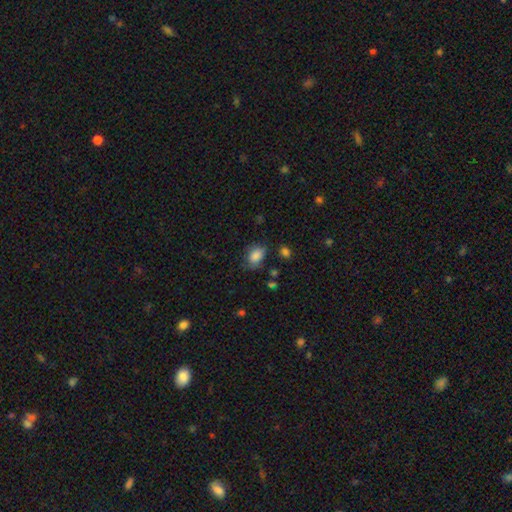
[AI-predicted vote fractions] smooth_or_featured: smooth (p=0.86) [alt: star or artifact p=0.09]
how_rounded: in between (p=0.77) [alt: round p=0.21]
merging: none (p=0.66) [alt: minor disturbance p=0.24]